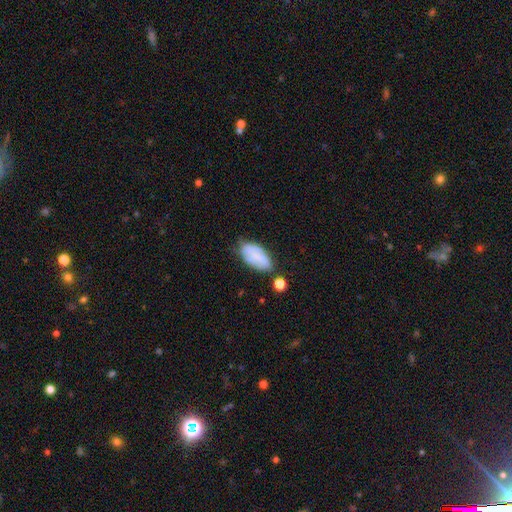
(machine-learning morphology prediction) type=smooth (70%); roundness=in between (93%); merging=none (60%).